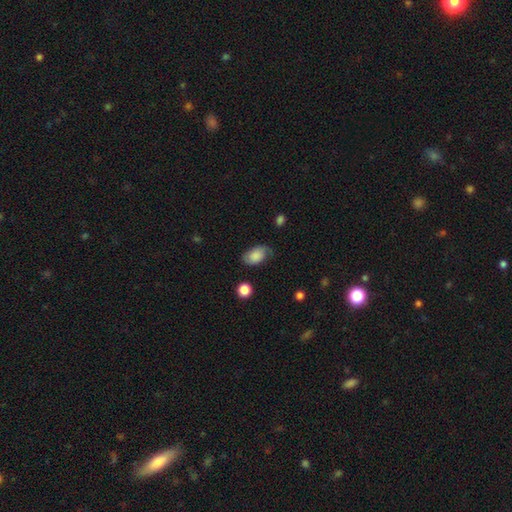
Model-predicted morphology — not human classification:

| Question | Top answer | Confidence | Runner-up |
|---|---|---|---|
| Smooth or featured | smooth | 69% | featured or disk (23%) |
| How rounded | in between | 89% | round (10%) |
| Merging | none | 59% | minor disturbance (30%) |